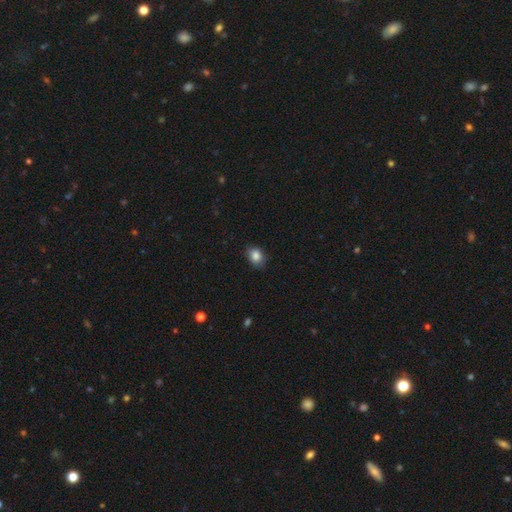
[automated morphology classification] smooth_or_featured: smooth (p=0.85) [alt: star or artifact p=0.09]
how_rounded: in between (p=0.59) [alt: round p=0.40]
merging: none (p=0.79) [alt: minor disturbance p=0.17]